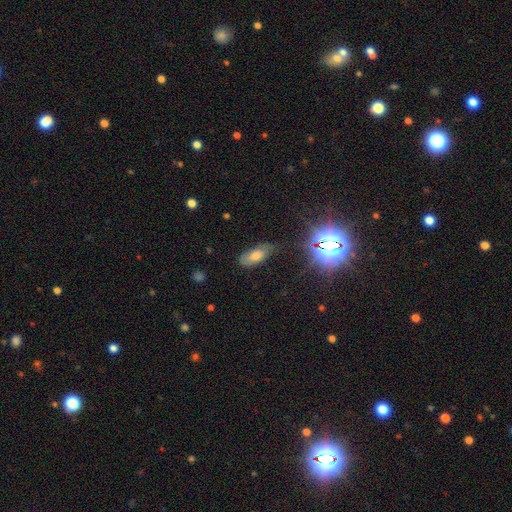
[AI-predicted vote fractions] smooth_or_featured: smooth (p=0.58) [alt: star or artifact p=0.24]
how_rounded: in between (p=0.82) [alt: cigar-shaped p=0.13]
merging: none (p=0.67) [alt: minor disturbance p=0.23]